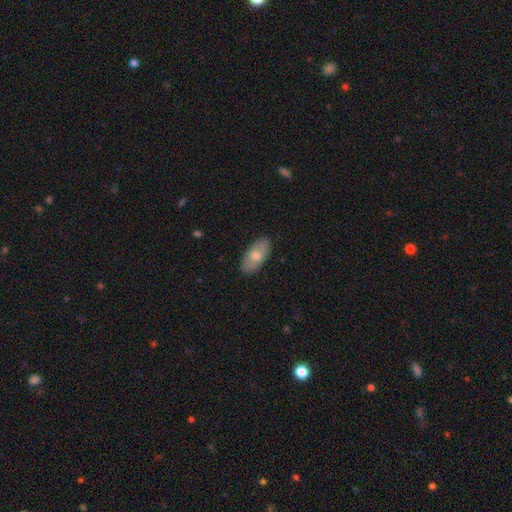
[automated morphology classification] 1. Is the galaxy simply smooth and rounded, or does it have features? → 65% smooth, 29% featured or disk, 6% star or artifact.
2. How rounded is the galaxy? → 90% in between, 6% cigar-shaped, 4% round.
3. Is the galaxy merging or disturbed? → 88% none, 9% minor disturbance, 2% major disturbance, 1% merger.